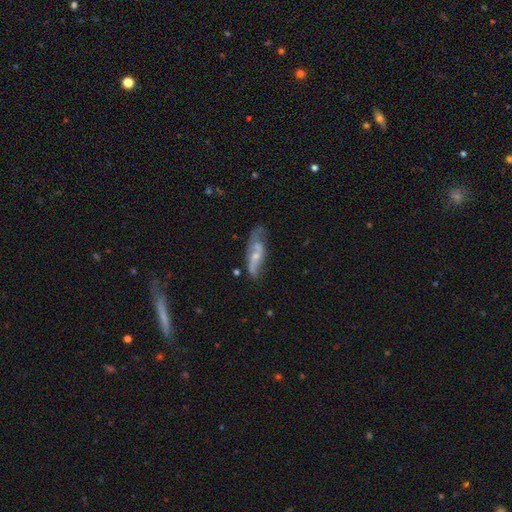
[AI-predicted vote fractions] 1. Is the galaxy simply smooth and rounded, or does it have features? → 62% featured or disk, 31% smooth, 7% star or artifact.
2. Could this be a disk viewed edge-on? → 81% no, 19% yes.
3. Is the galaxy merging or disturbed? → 46% none, 29% minor disturbance, 18% major disturbance, 7% merger.